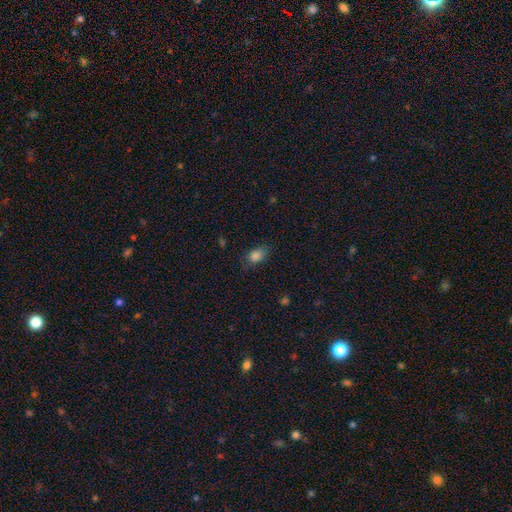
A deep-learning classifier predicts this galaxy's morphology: Overall: smooth (84%). How rounded: in between (81%). Merging: none (70%).